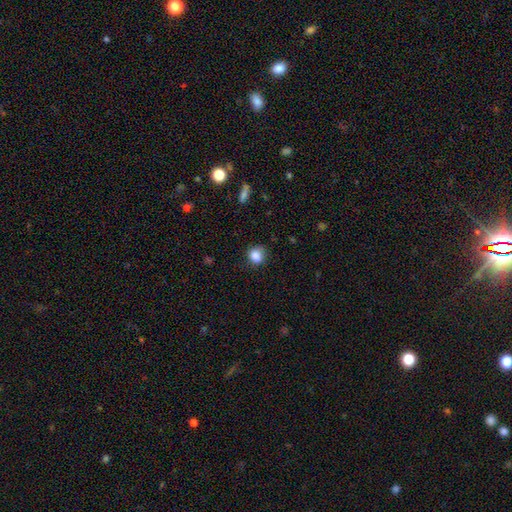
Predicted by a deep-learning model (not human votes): smooth-or-featured: smooth: 85% | star or artifact: 10% | featured or disk: 5%
  how-rounded: round: 70% | in between: 29% | cigar-shaped: 1%
  merging: none: 71% | minor disturbance: 21% | major disturbance: 6% | merger: 2%